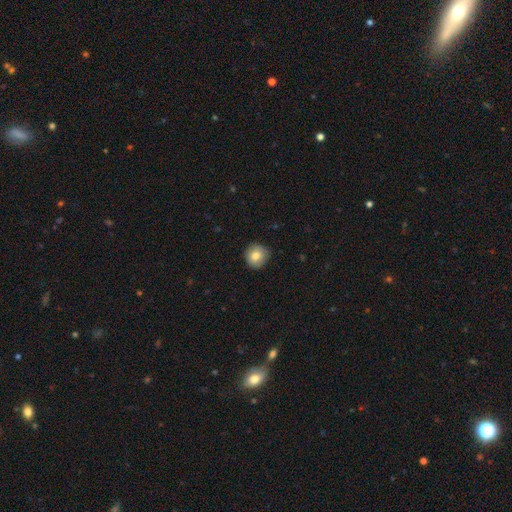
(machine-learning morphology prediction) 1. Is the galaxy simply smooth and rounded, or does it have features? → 80% smooth, 11% featured or disk, 9% star or artifact.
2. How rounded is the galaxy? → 92% round, 7% in between, 1% cigar-shaped.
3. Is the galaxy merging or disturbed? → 86% none, 11% minor disturbance, 2% major disturbance, 1% merger.